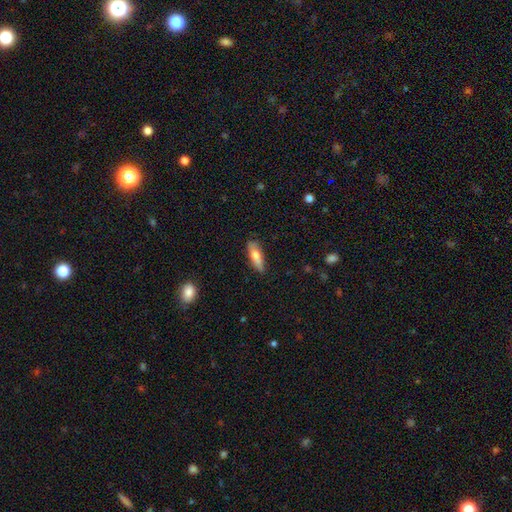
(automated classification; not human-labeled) This appears to be a smooth galaxy with no disk features (74%) that is cigar-shaped (51%). Merging: none (81%).